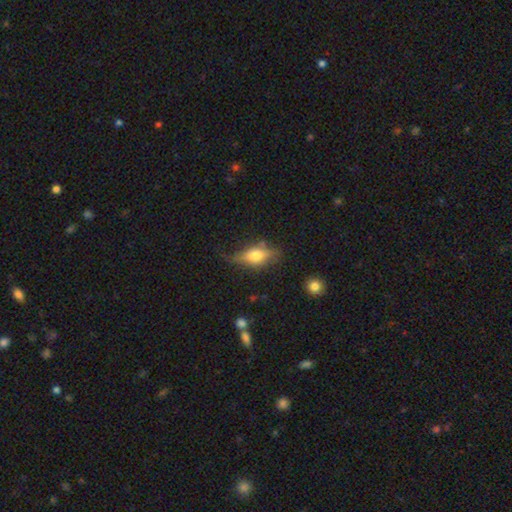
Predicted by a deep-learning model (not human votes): Smooth or featured: featured or disk — 46% (smooth — 45%)
Merging: none — 64% (minor disturbance — 24%)